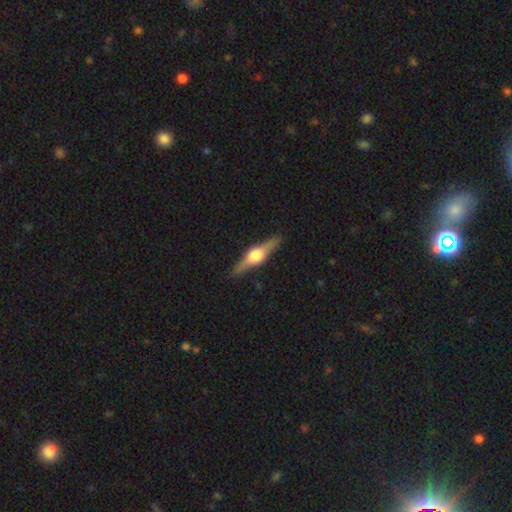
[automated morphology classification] A featured or disk galaxy (78%) viewed edge-on (98%) with a rounded central bulge (94%).

Vote fractions:
- Smooth or featured? featured or disk: 78% / smooth: 16% / star or artifact: 5%
- Edge-on disk? yes: 98% / no: 2%
- Edge-on bulge? rounded: 94% / boxy: 5% / none: 1%
- Merging? none: 90% / minor disturbance: 7% / major disturbance: 2% / merger: 1%